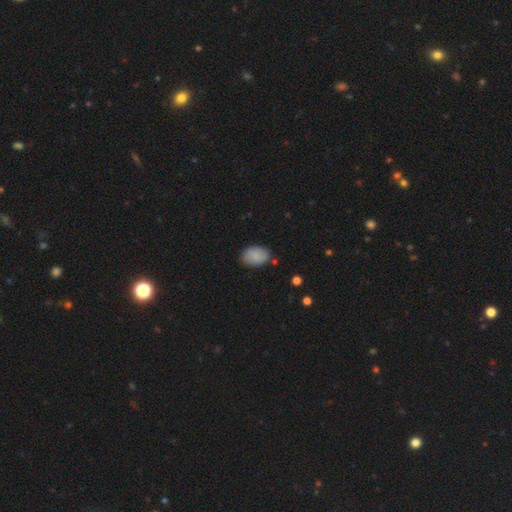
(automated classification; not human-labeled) smooth-or-featured: smooth: 87% | star or artifact: 7% | featured or disk: 6%
  how-rounded: in between: 88% | round: 11% | cigar-shaped: 1%
  merging: none: 81% | minor disturbance: 14% | major disturbance: 3% | merger: 2%